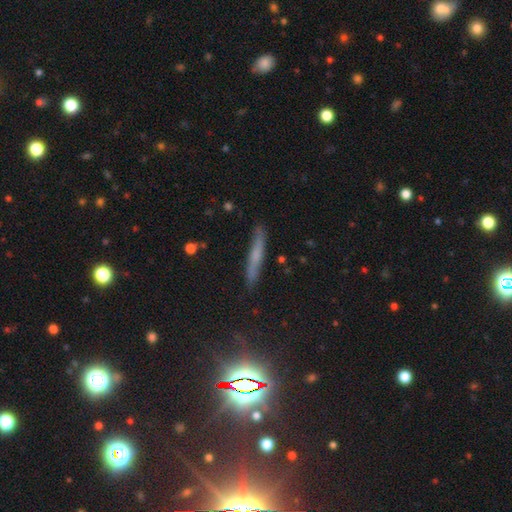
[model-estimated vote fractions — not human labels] The model was most divided on "smooth or featured": smooth: 47%, featured or disk: 39%, star or artifact: 14%. More confident: merging — none (84%).